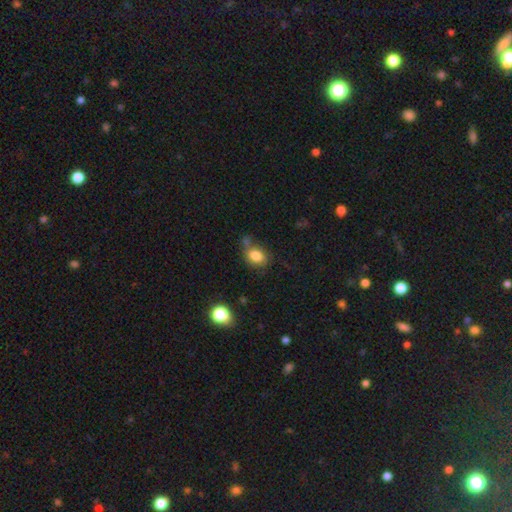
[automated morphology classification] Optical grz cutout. It shows a smooth galaxy with no disk features (82%) that is in between round and cigar-shaped (62%). Merging: none (60%).